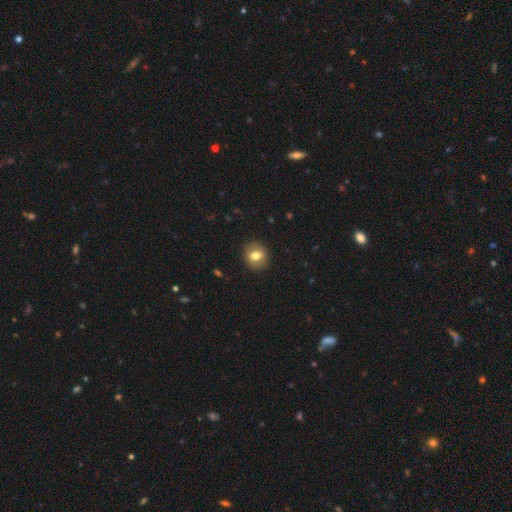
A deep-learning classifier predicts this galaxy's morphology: This appears to be a smooth galaxy with no disk features (72%) that is round (76%). Merging: none (89%).